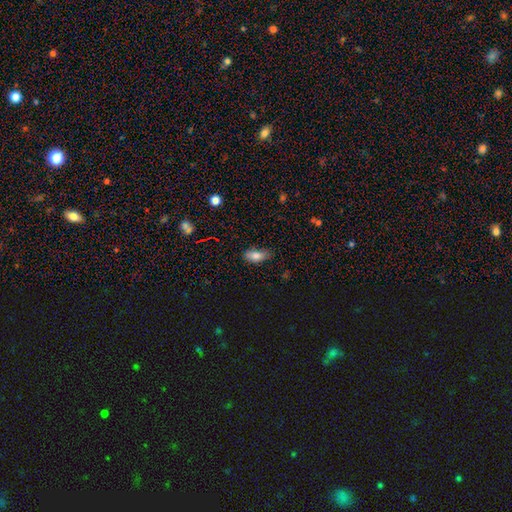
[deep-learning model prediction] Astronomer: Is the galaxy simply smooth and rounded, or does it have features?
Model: smooth — 80%.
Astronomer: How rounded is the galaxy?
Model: in between — 87%.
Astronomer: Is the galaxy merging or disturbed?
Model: none — 71%.